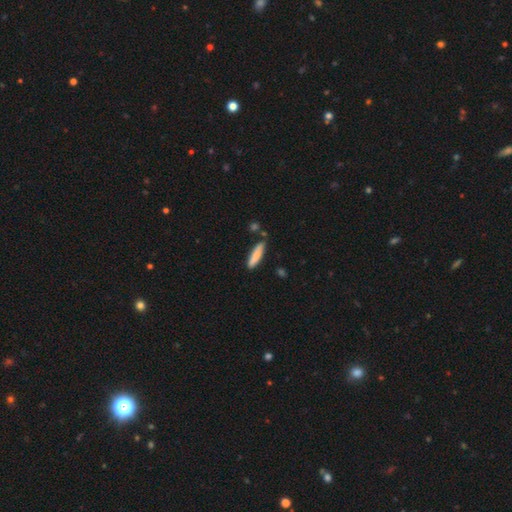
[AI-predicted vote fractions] A smooth galaxy with no disk features (84%) that is cigar-shaped (79%).

Vote fractions:
- Smooth or featured? smooth: 84% / featured or disk: 10% / star or artifact: 6%
- How rounded? cigar-shaped: 79% / in between: 19% / round: 1%
- Merging? none: 77% / minor disturbance: 15% / merger: 5% / major disturbance: 3%